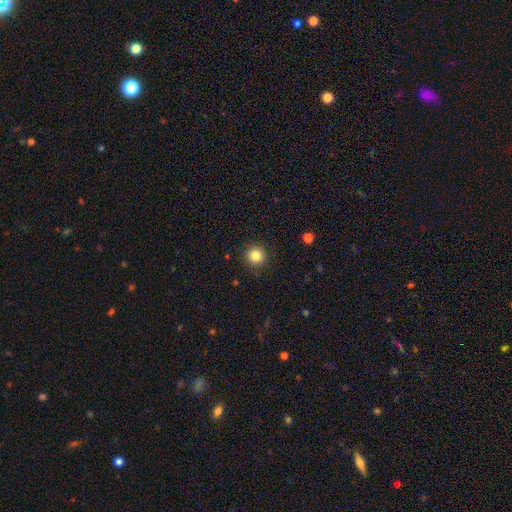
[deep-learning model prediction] Overall: smooth (84%). How rounded: round (95%). Merging: none (90%).